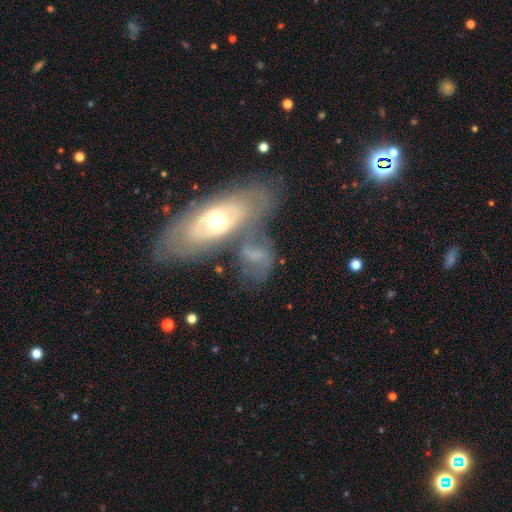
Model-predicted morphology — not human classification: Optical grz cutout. It shows a featured or disk galaxy (58%) with no bar (59%), spiral arms (58%) and a moderate central bulge (55%). Merging: none (38%).